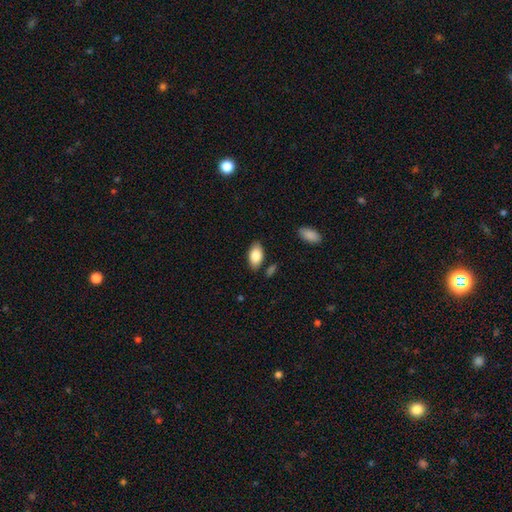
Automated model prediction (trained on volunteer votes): Smooth or featured: smooth — 84% (featured or disk — 9%)
How rounded: in between — 94% (round — 4%)
Merging: none — 82% (minor disturbance — 12%)